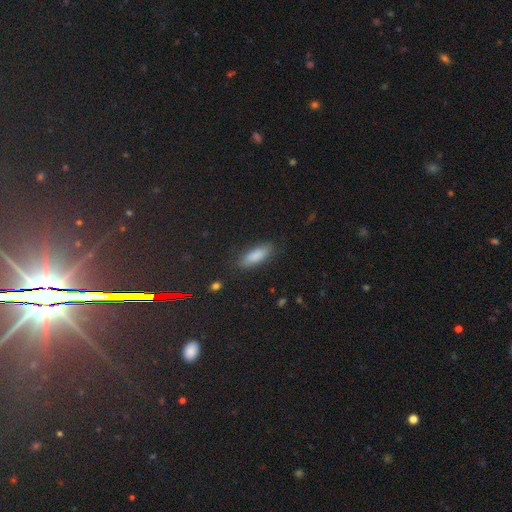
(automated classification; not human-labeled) Overall: smooth (84%). How rounded: in between (64%; cigar-shaped 34%). Merging: none (83%).